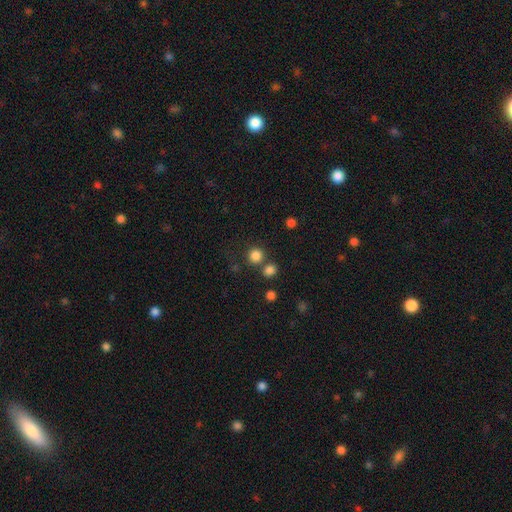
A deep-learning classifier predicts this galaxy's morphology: Smooth or featured?
  - smooth: 82% *
  - star or artifact: 13%
  - featured or disk: 4%
How rounded?
  - round: 91% *
  - in between: 8%
  - cigar-shaped: 1%
Merging?
  - none: 72% *
  - merger: 17%
  - minor disturbance: 7%
  - major disturbance: 3%